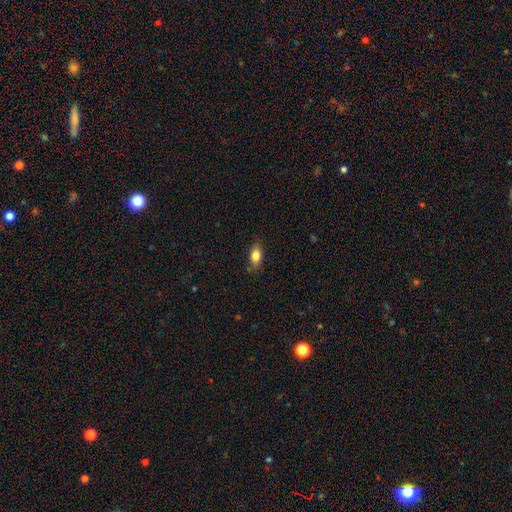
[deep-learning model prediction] smooth_or_featured: smooth (p=0.82) [alt: featured or disk p=0.11]
how_rounded: in between (p=0.85) [alt: cigar-shaped p=0.09]
merging: none (p=0.82) [alt: minor disturbance p=0.14]